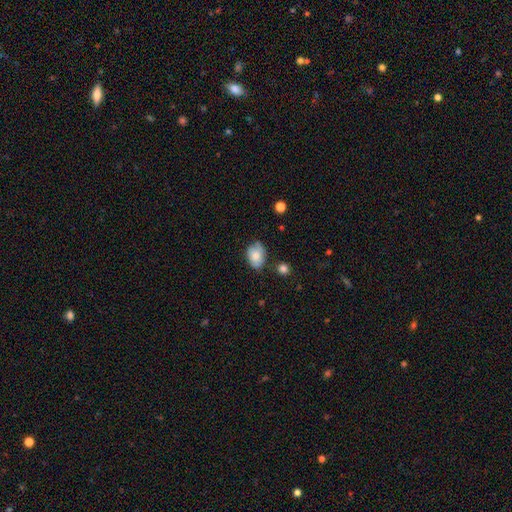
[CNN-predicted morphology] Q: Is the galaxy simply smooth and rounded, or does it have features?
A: smooth — 73%.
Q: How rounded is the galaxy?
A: in between — 77%.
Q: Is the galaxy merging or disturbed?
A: none — 59%.